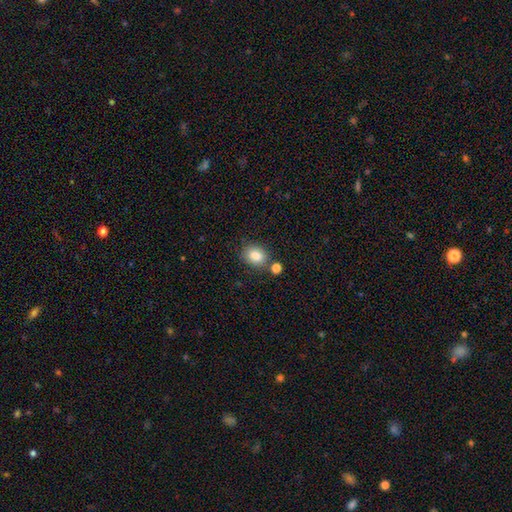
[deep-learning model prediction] Smooth or featured? Predicted: smooth (p=0.83). How rounded? Predicted: in between (p=0.51). Merging? Predicted: none (p=0.75).